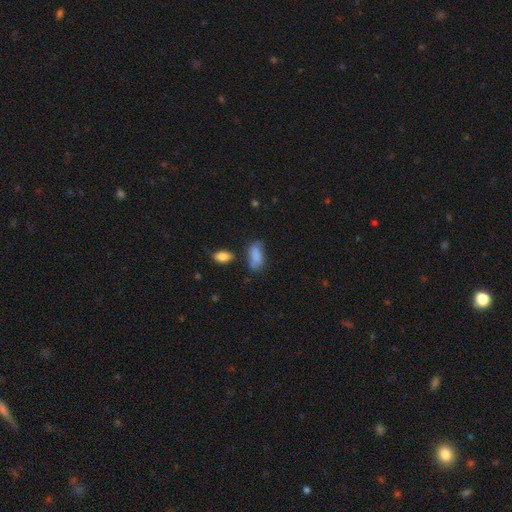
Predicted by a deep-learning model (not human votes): smooth-or-featured: smooth: 77% | featured or disk: 14% | star or artifact: 9%
  how-rounded: in between: 89% | cigar-shaped: 6% | round: 5%
  merging: none: 48% | minor disturbance: 29% | major disturbance: 12% | merger: 11%